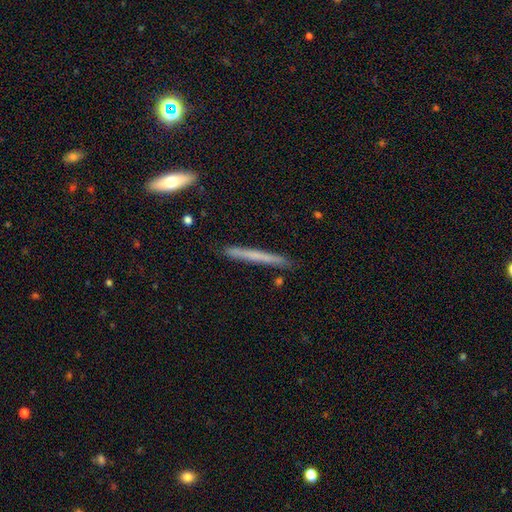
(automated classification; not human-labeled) smooth_or_featured: smooth (p=0.56) [alt: featured or disk p=0.38]
how_rounded: cigar-shaped (p=0.97) [alt: in between p=0.02]
merging: none (p=0.88) [alt: minor disturbance p=0.09]